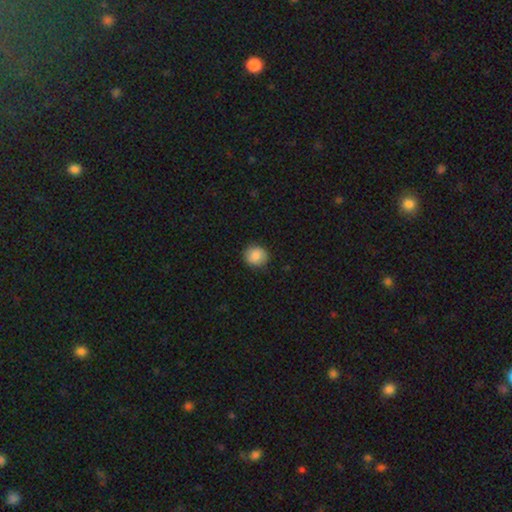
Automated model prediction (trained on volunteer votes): Smooth or featured? Predicted: smooth (p=0.86). How rounded? Predicted: round (p=0.84). Merging? Predicted: none (p=0.87).